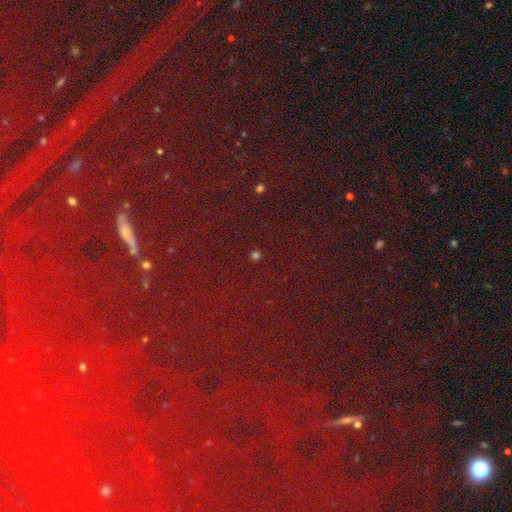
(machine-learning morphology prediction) This is likely a star or artifact rather than a galaxy (73%).